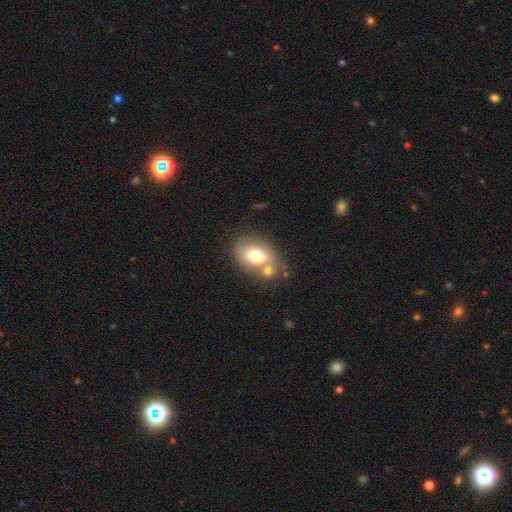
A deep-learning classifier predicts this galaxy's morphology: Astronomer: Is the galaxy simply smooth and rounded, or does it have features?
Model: smooth — 66%.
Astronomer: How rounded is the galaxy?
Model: in between — 75%.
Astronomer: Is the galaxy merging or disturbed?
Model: none — 48% (runner-up: merger, 30%).